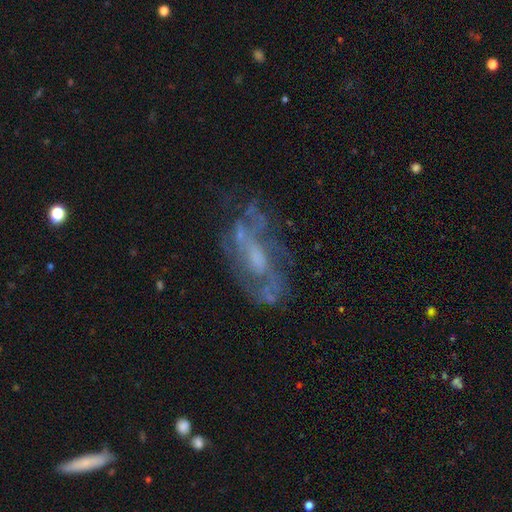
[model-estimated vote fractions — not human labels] Smooth or featured? Predicted: featured or disk (p=0.74). Edge-on disk? Predicted: no (p=0.92). Bar? Predicted: no (p=0.50). Spiral arms? Predicted: yes (p=0.59). Bulge size? Predicted: moderate (p=0.38). Merging? Predicted: none (p=0.55).